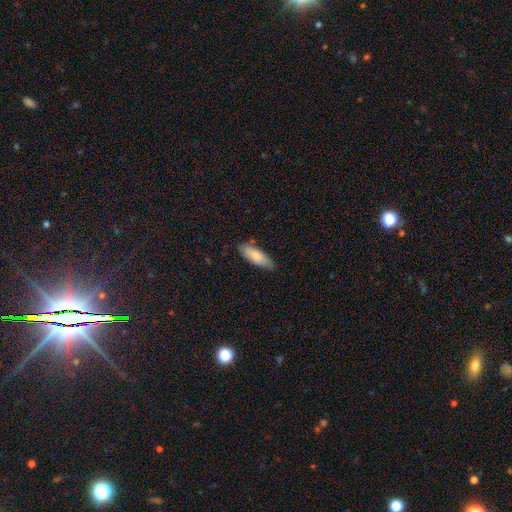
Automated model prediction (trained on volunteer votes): The model was most divided on "how rounded": in between: 66%, cigar-shaped: 33%, round: 2%. More confident: smooth or featured — smooth (79%); merging — none (74%).